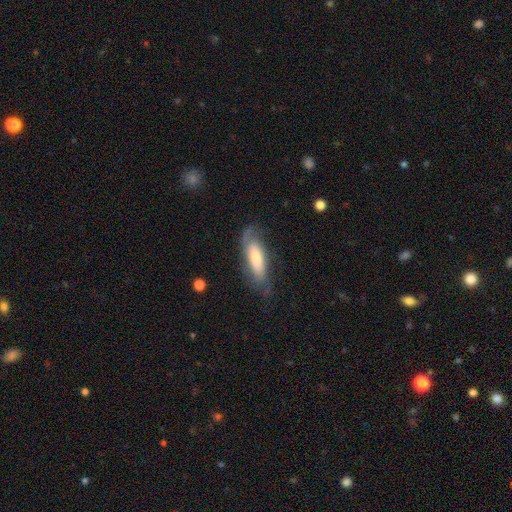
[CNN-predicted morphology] The model was most divided on "smooth or featured": smooth: 47%, featured or disk: 46%, star or artifact: 7%. More confident: merging — none (65%).